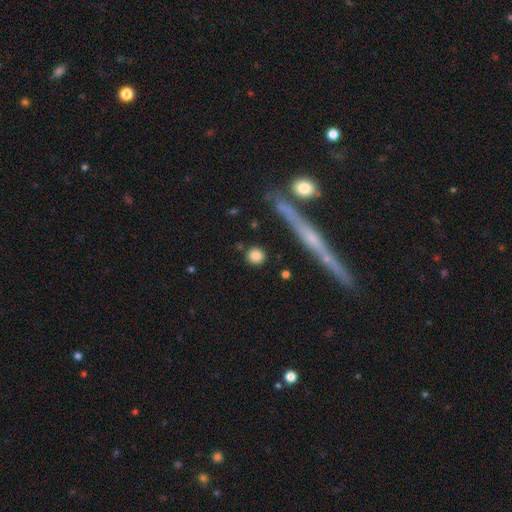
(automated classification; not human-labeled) A smooth galaxy with no disk features (84%) that is round (90%).

Vote fractions:
- Smooth or featured? smooth: 84% / star or artifact: 8% / featured or disk: 8%
- How rounded? round: 90% / in between: 7% / cigar-shaped: 3%
- Merging? none: 86% / minor disturbance: 8% / merger: 3% / major disturbance: 3%